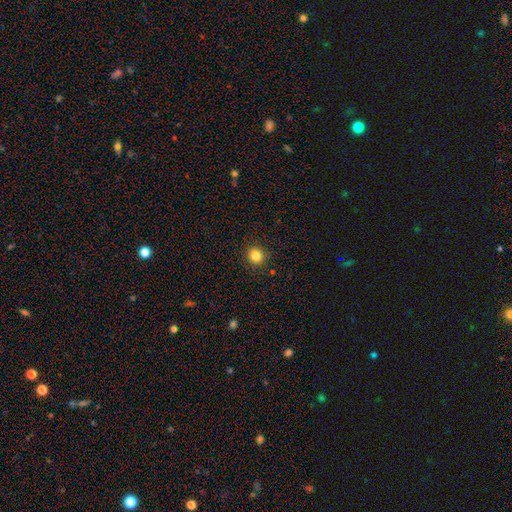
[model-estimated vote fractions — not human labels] Smooth or featured? Predicted: smooth (p=0.83). How rounded? Predicted: round (p=0.87). Merging? Predicted: none (p=0.90).